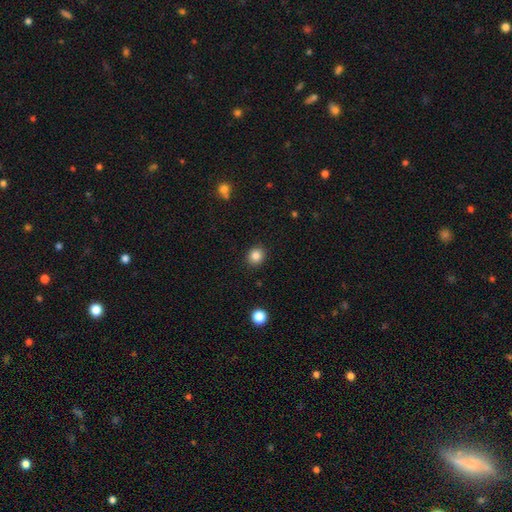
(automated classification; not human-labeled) Smooth or featured? Predicted: smooth (p=0.85). How rounded? Predicted: round (p=0.79). Merging? Predicted: none (p=0.91).